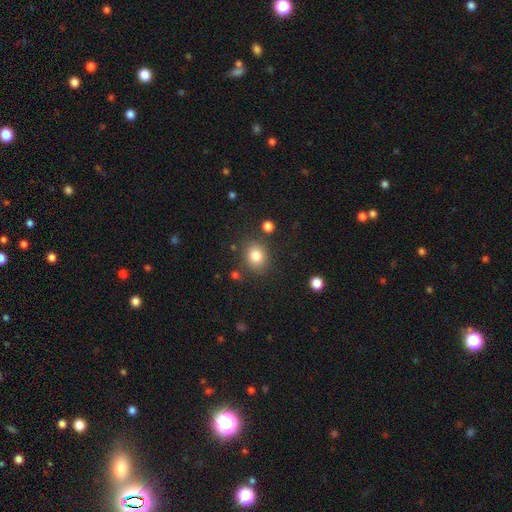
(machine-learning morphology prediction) Smooth or featured?
  - smooth: 82% *
  - star or artifact: 11%
  - featured or disk: 7%
How rounded?
  - round: 68% *
  - in between: 31%
  - cigar-shaped: 1%
Merging?
  - none: 81% *
  - minor disturbance: 11%
  - merger: 5%
  - major disturbance: 4%